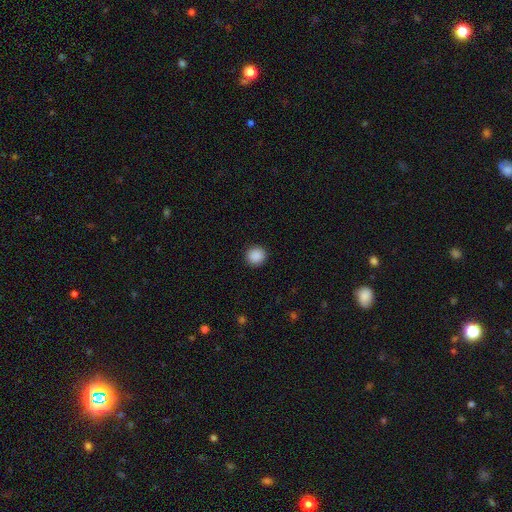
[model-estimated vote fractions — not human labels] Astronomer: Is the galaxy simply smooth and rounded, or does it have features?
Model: smooth — 89%.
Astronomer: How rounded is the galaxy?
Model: round — 93%.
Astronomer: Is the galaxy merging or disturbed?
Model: none — 92%.